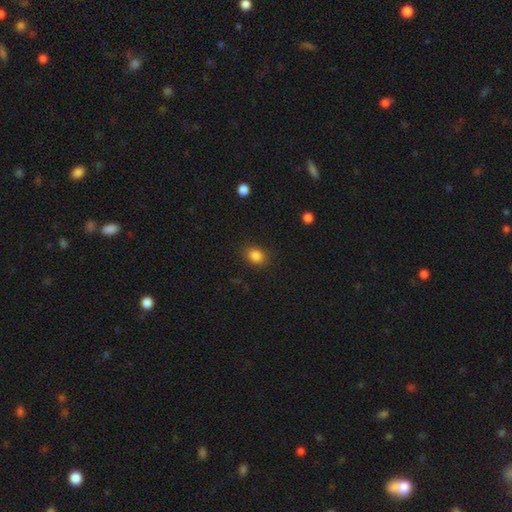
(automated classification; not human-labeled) smooth-or-featured: smooth: 85% | star or artifact: 11% | featured or disk: 5%
  how-rounded: round: 50% | in between: 49% | cigar-shaped: 1%
  merging: none: 84% | minor disturbance: 11% | major disturbance: 3% | merger: 1%